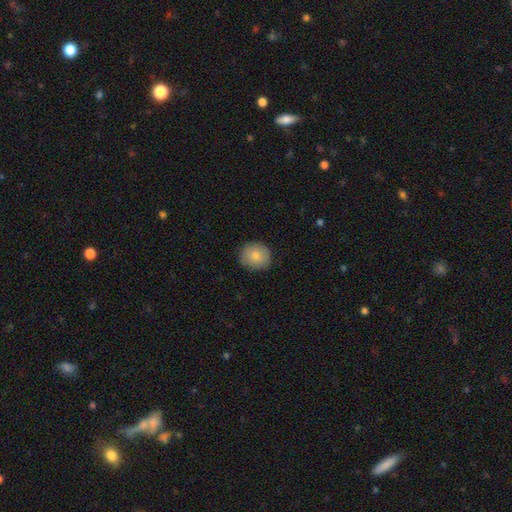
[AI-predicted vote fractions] smooth 80%, featured or disk 12%, star or artifact 8%. Down the decision tree: how rounded — round (86%); merging — none (85%).